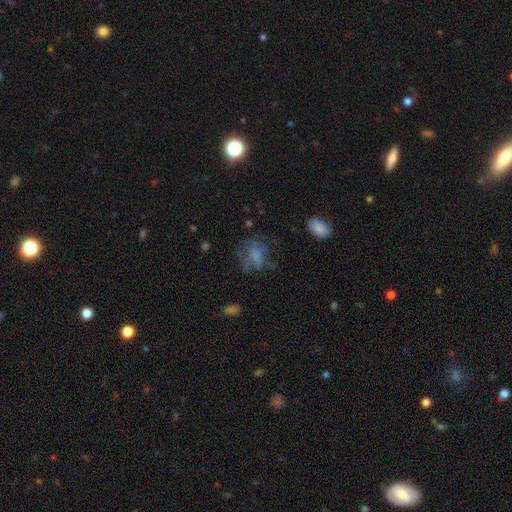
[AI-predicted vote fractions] smooth_or_featured: smooth (p=0.48) [alt: featured or disk p=0.35]
merging: none (p=0.43) [alt: major disturbance p=0.33]